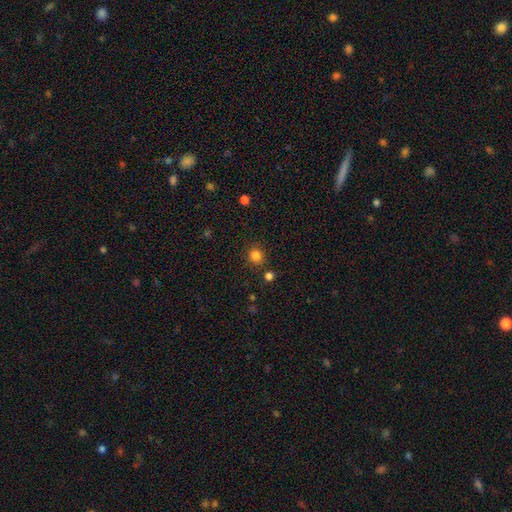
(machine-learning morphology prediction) type=smooth (83%); roundness=round (91%); merging=none (86%).